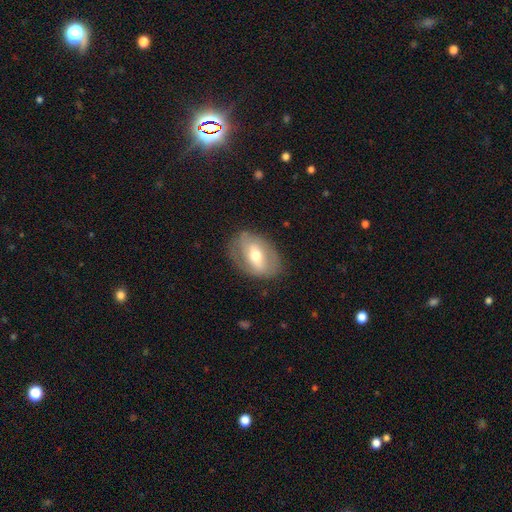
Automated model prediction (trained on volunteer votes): A featured or disk galaxy (55%). Merging: none (76%).